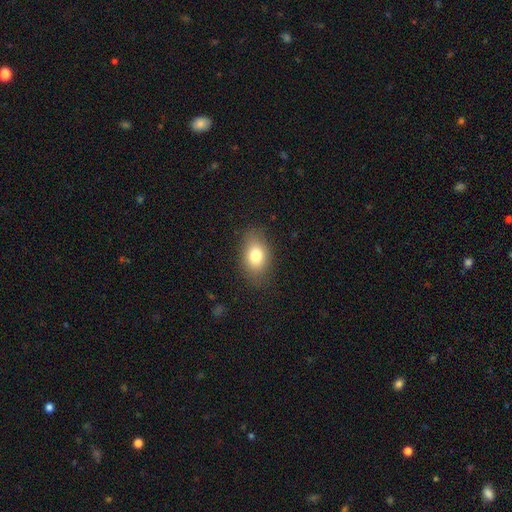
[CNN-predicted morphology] smooth_or_featured: smooth (p=0.78) [alt: featured or disk p=0.13]
how_rounded: in between (p=0.83) [alt: round p=0.16]
merging: none (p=0.82) [alt: minor disturbance p=0.13]